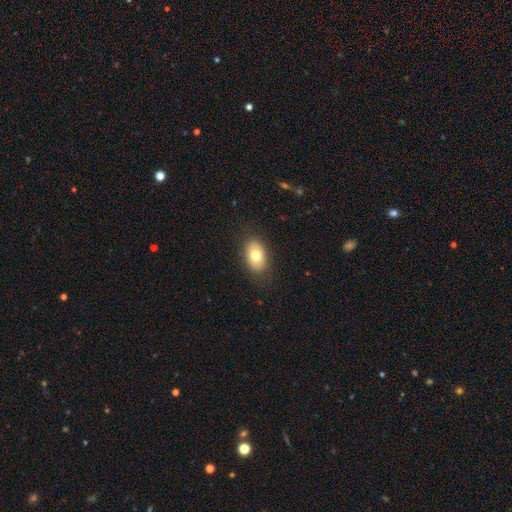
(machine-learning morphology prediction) Overall: smooth (75%). How rounded: in between (87%). Merging: none (84%).